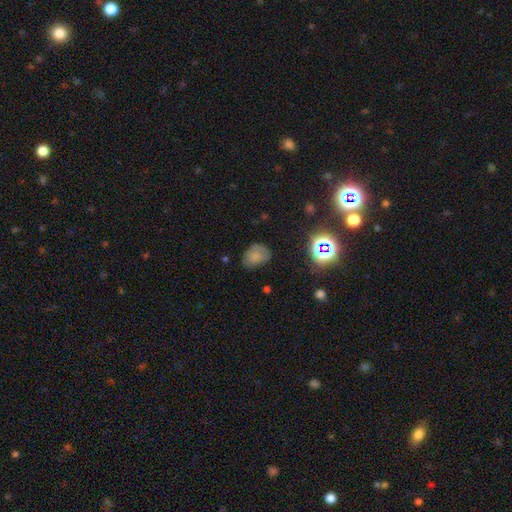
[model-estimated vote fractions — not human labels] A smooth galaxy with no disk features (69%) that is in between round and cigar-shaped (66%).

Vote fractions:
- Smooth or featured? smooth: 69% / star or artifact: 18% / featured or disk: 13%
- How rounded? in between: 66% / round: 33% / cigar-shaped: 1%
- Merging? none: 62% / minor disturbance: 27% / major disturbance: 9% / merger: 2%